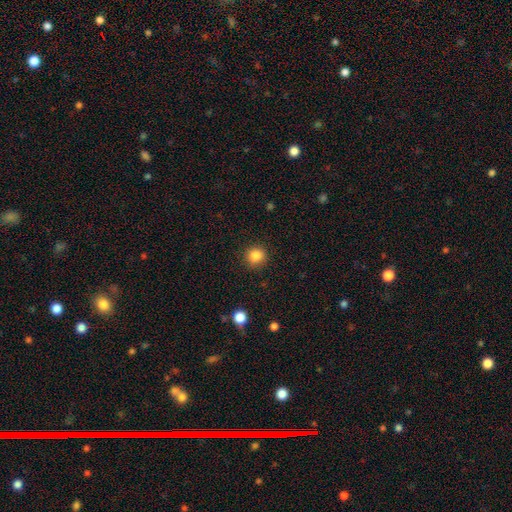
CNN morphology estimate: Smooth or featured?
  - smooth: 85% *
  - star or artifact: 11%
  - featured or disk: 4%
How rounded?
  - round: 90% *
  - in between: 9%
  - cigar-shaped: 1%
Merging?
  - none: 90% *
  - minor disturbance: 7%
  - major disturbance: 2%
  - merger: 1%